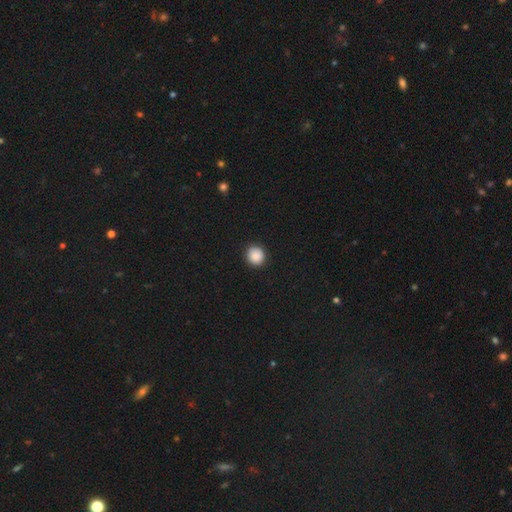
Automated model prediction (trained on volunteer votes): A smooth galaxy with no disk features (89%) that is round (90%). Merging: none (91%).